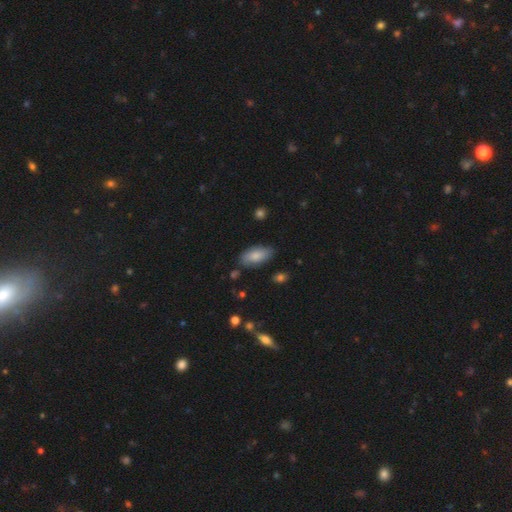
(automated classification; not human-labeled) The model was most divided on "merging": none: 80%, minor disturbance: 15%, major disturbance: 3%, merger: 2%. More confident: how rounded — in between (91%); smooth or featured — smooth (82%).